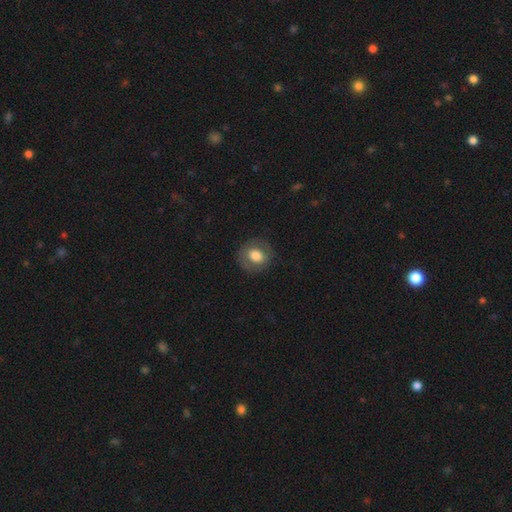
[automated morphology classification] smooth-or-featured: smooth: 69% | featured or disk: 23% | star or artifact: 8%
  how-rounded: round: 74% | in between: 25% | cigar-shaped: 1%
  merging: none: 82% | minor disturbance: 12% | major disturbance: 5% | merger: 1%